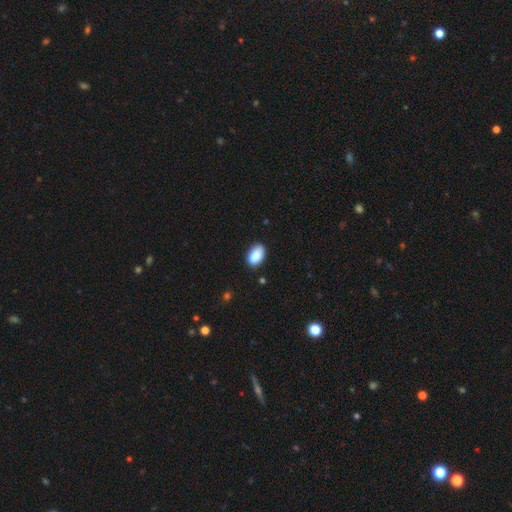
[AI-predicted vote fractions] This appears to be a smooth galaxy with no disk features (90%) that is in between round and cigar-shaped (93%). Merging: none (84%).